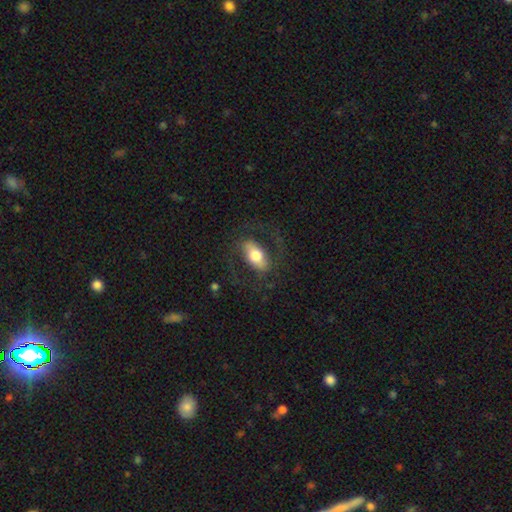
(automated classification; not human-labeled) Smooth or featured: featured or disk — 50% (smooth — 44%)
Merging: none — 72% (minor disturbance — 14%)